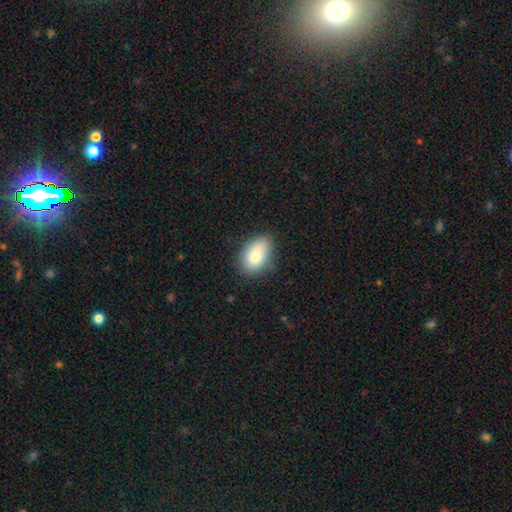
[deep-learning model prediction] Q: Smooth or featured?
A: smooth (82%); runner-up: featured or disk (10%)
Q: How rounded?
A: in between (88%); runner-up: round (11%)
Q: Merging?
A: none (72%); runner-up: minor disturbance (21%)